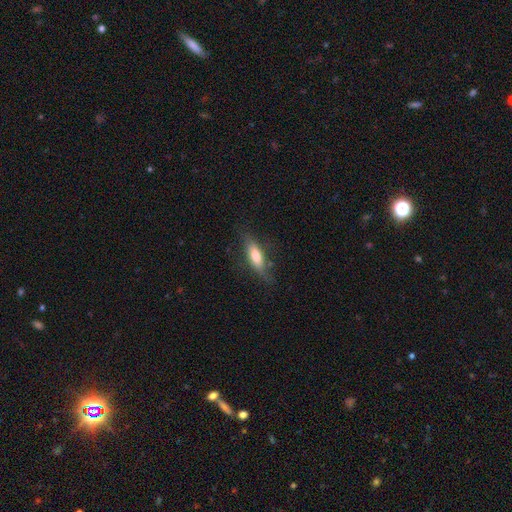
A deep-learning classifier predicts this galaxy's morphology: Smooth or featured? smooth (67%)
How rounded? in between (55%)
Merging? none (68%)